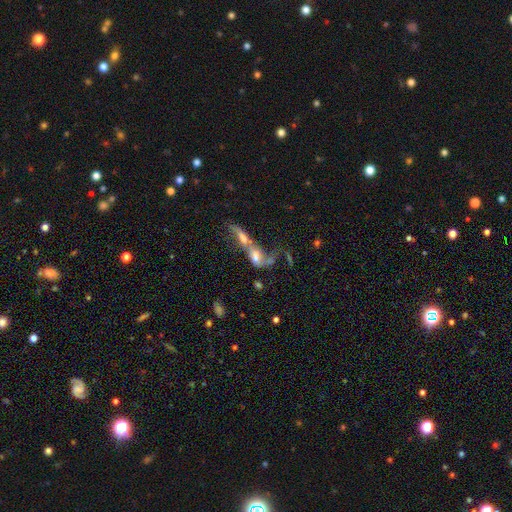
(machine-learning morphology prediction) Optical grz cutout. It shows a featured or disk galaxy (49%). Merging: merger (77%).